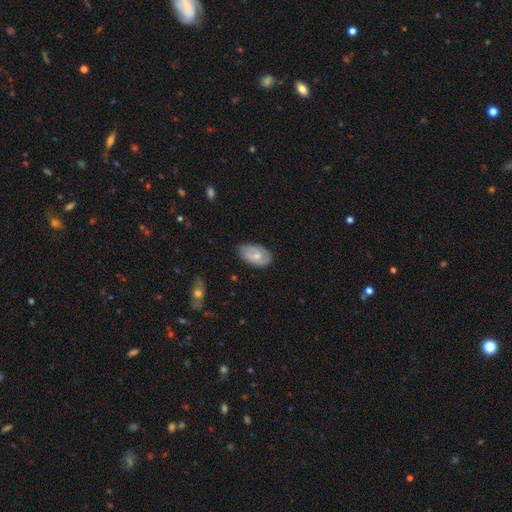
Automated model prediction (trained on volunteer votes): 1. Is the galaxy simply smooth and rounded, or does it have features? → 63% smooth, 31% featured or disk, 6% star or artifact.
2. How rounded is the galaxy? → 92% in between, 6% round, 1% cigar-shaped.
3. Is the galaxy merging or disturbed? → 67% none, 27% minor disturbance, 5% major disturbance, 1% merger.